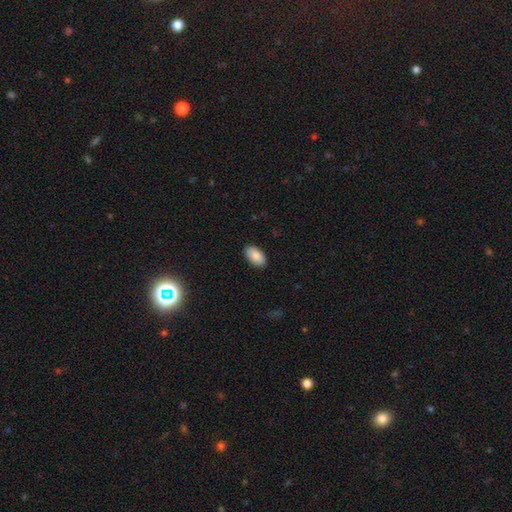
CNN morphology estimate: smooth_or_featured: smooth (p=0.87) [alt: star or artifact p=0.07]
how_rounded: in between (p=0.95) [alt: round p=0.03]
merging: none (p=0.89) [alt: minor disturbance p=0.08]